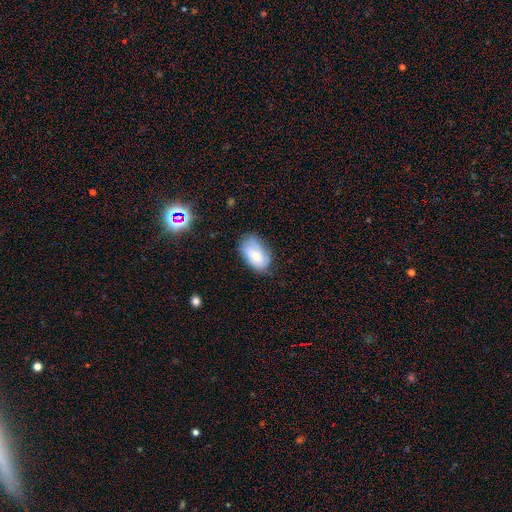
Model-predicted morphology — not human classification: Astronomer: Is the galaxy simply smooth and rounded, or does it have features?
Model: smooth — 64%.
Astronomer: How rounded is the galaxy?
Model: in between — 91%.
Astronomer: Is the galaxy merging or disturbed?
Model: none — 59%.